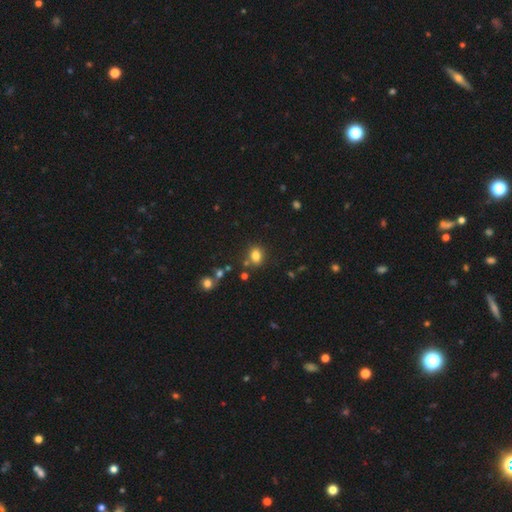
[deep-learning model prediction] Q: Smooth or featured?
A: smooth (81%); runner-up: star or artifact (12%)
Q: How rounded?
A: in between (57%); runner-up: round (42%)
Q: Merging?
A: none (75%); runner-up: minor disturbance (12%)